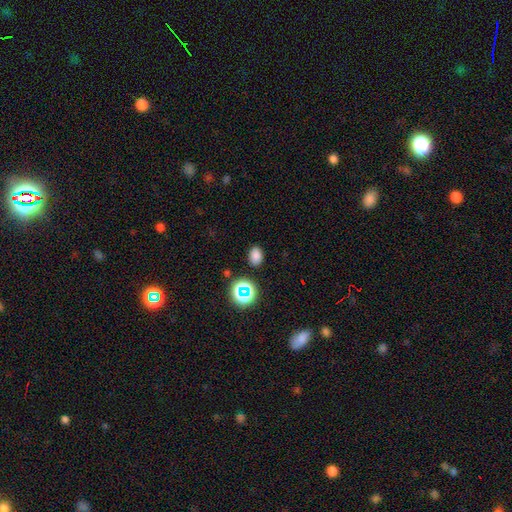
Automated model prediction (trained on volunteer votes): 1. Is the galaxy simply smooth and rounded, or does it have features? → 78% smooth, 17% star or artifact, 5% featured or disk.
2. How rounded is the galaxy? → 78% in between, 21% round, 1% cigar-shaped.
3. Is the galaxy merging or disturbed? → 86% none, 9% minor disturbance, 3% major disturbance, 2% merger.